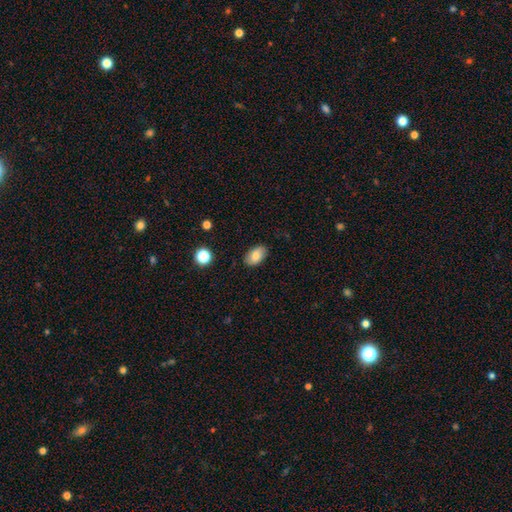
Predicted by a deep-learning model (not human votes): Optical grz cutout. It shows a smooth galaxy with no disk features (81%) that is in between round and cigar-shaped (91%). Merging: none (85%).